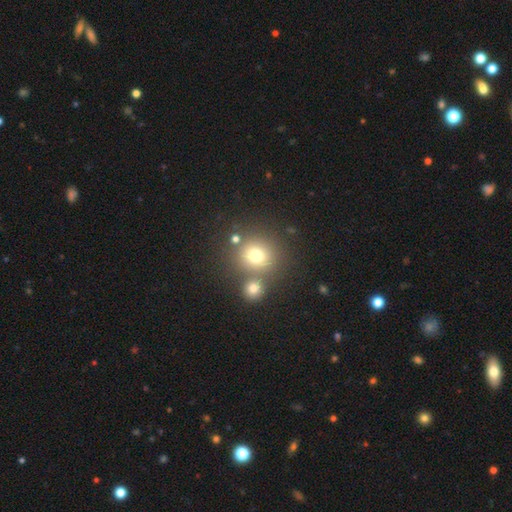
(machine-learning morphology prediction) smooth_or_featured: smooth (p=0.73) [alt: star or artifact p=0.16]
how_rounded: round (p=0.88) [alt: in between p=0.11]
merging: none (p=0.66) [alt: merger p=0.22]